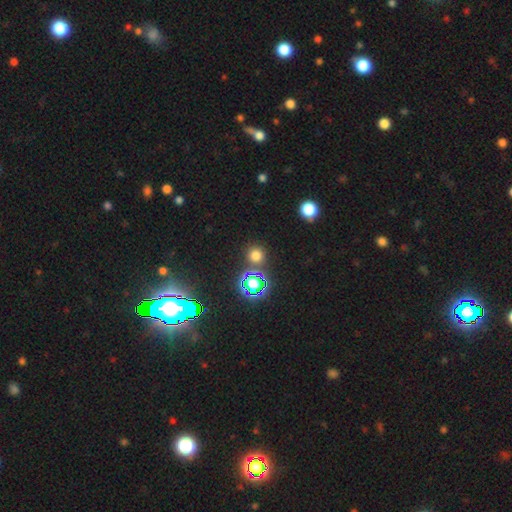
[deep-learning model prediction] Q: Smooth or featured?
A: smooth (64%); runner-up: star or artifact (30%)
Q: How rounded?
A: round (91%); runner-up: in between (8%)
Q: Merging?
A: none (82%); runner-up: merger (8%)